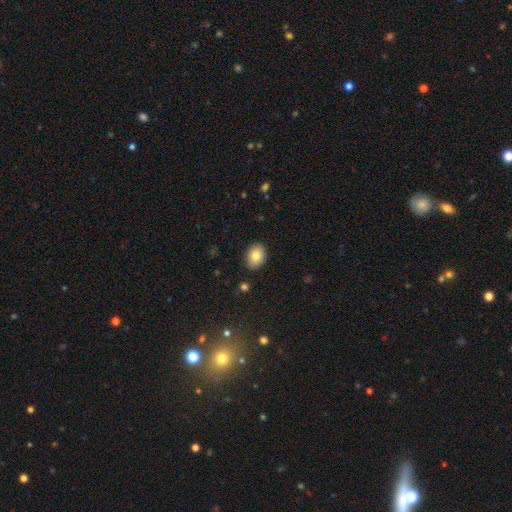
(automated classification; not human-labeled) Morphology: type=smooth (83%); roundness=in between (74%); merging=none (87%).